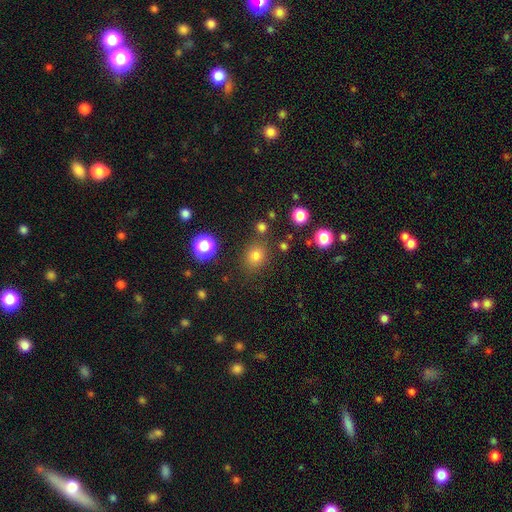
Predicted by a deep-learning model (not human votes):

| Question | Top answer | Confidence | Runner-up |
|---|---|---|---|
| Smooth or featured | smooth | 76% | star or artifact (17%) |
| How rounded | round | 68% | in between (31%) |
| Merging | none | 82% | minor disturbance (10%) |